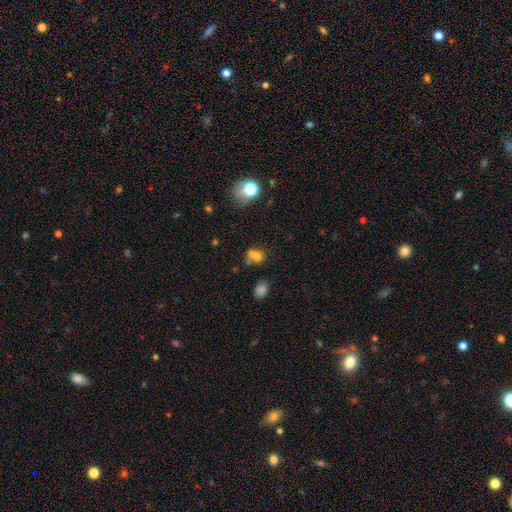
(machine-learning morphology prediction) A smooth galaxy with no disk features (68%) that is round (64%). Merging: merger (52%).